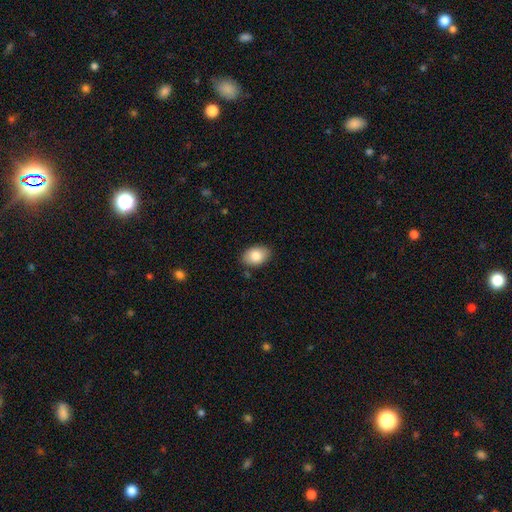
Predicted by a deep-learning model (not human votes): Smooth or featured? smooth (85%)
How rounded? in between (85%)
Merging? none (85%)